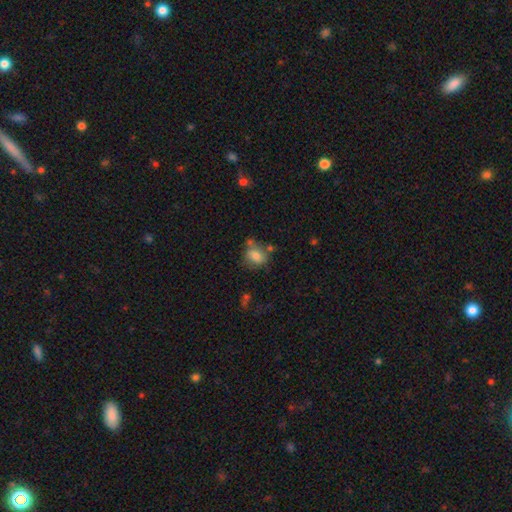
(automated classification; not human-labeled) A smooth galaxy with no disk features (75%) that is round (52%). Merging: none (55%).